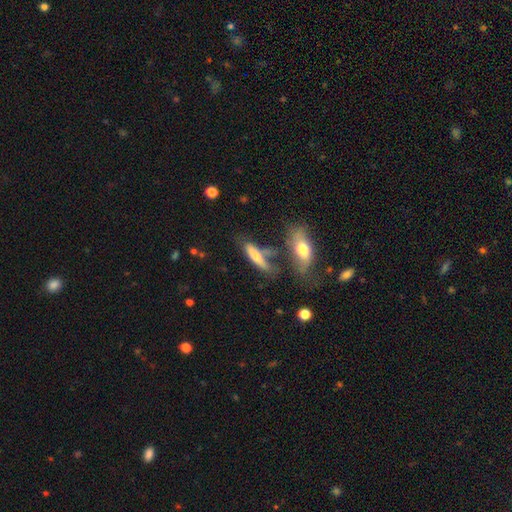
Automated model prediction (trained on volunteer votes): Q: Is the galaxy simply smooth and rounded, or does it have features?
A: smooth — 70%.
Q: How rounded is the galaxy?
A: cigar-shaped — 60%.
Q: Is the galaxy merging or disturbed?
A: none — 42%.